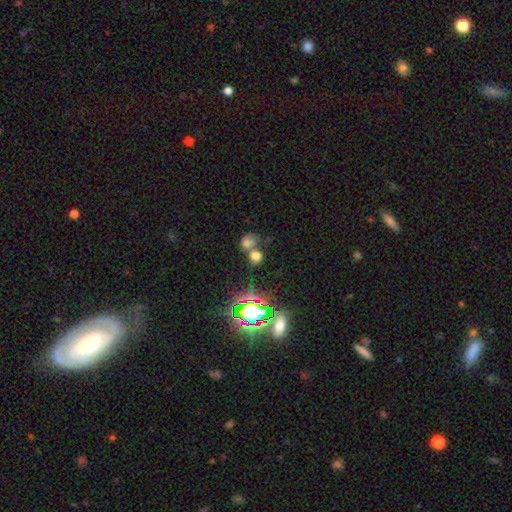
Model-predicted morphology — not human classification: Smooth or featured?
  - smooth: 57% *
  - star or artifact: 30%
  - featured or disk: 13%
How rounded?
  - round: 63% *
  - in between: 35%
  - cigar-shaped: 2%
Merging?
  - merger: 48% *
  - none: 38%
  - minor disturbance: 8%
  - major disturbance: 6%